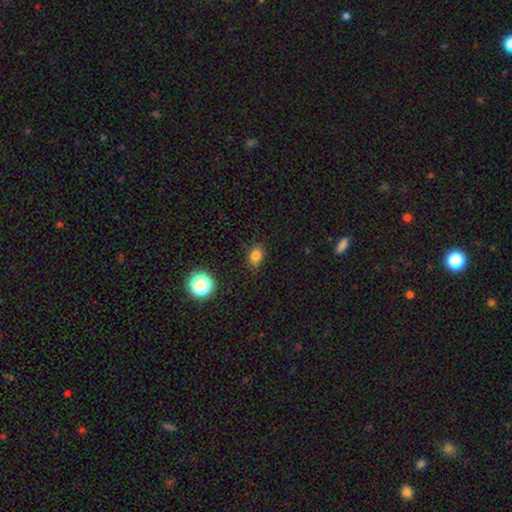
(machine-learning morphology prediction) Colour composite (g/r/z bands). It shows a smooth galaxy with no disk features (81%) that is in between round and cigar-shaped (69%). Merging: none (83%).